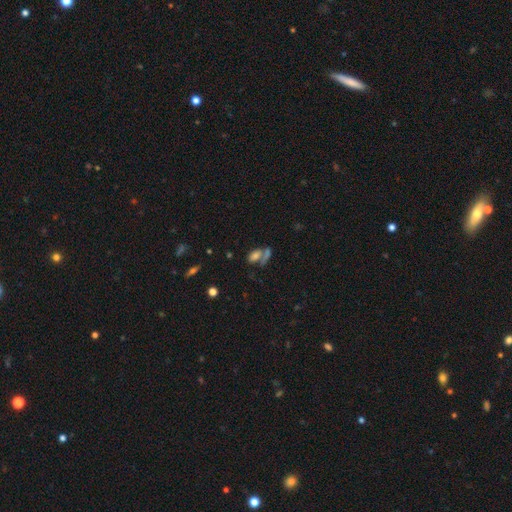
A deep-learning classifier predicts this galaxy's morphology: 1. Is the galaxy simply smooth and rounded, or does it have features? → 67% smooth, 19% featured or disk, 14% star or artifact.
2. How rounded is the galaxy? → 85% in between, 8% round, 7% cigar-shaped.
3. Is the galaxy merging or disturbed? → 43% merger, 37% none, 11% minor disturbance, 8% major disturbance.